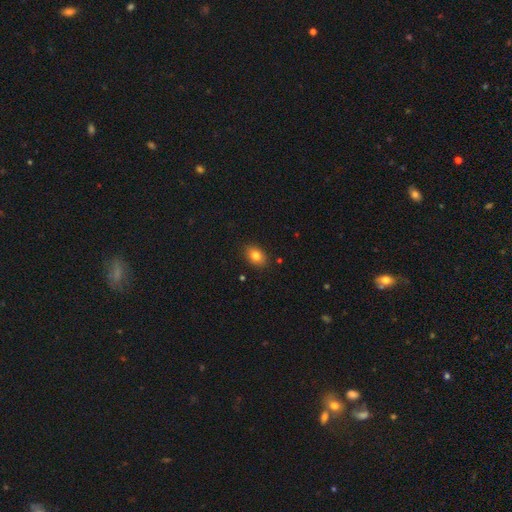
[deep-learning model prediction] This appears to be a smooth galaxy with no disk features (82%) that is in between round and cigar-shaped (73%). Merging: none (87%).